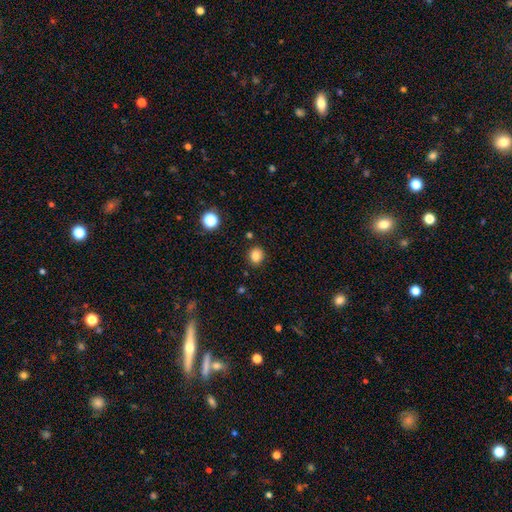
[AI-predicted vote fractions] A smooth galaxy with no disk features (84%) that is round (75%).

Vote fractions:
- Smooth or featured? smooth: 84% / star or artifact: 12% / featured or disk: 4%
- How rounded? round: 75% / in between: 24% / cigar-shaped: 1%
- Merging? none: 87% / minor disturbance: 8% / merger: 2% / major disturbance: 2%